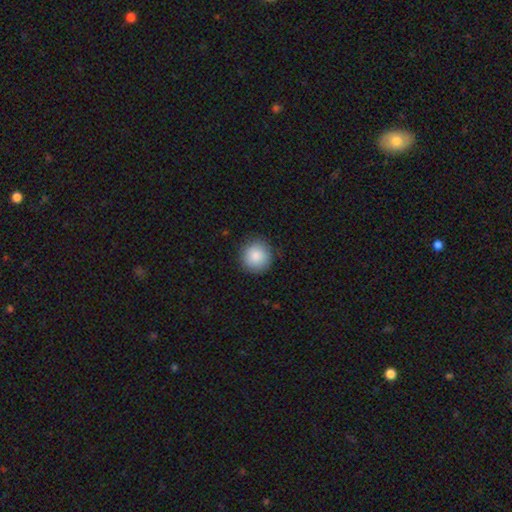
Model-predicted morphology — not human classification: Overall: smooth (88%). How rounded: round (94%). Merging: none (89%).